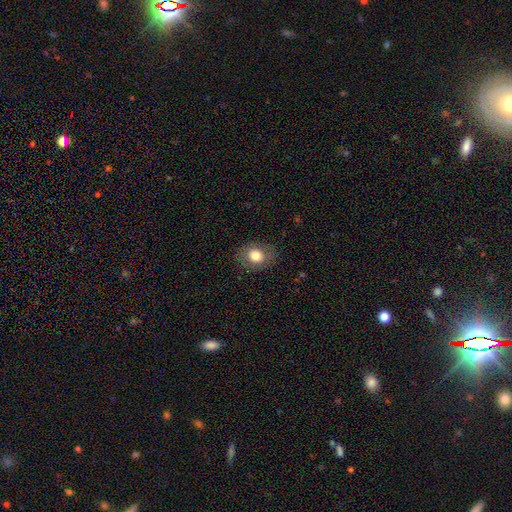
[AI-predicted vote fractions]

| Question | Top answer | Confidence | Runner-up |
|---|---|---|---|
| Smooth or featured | smooth | 78% | featured or disk (13%) |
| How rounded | round | 53% | in between (46%) |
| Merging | none | 84% | minor disturbance (11%) |